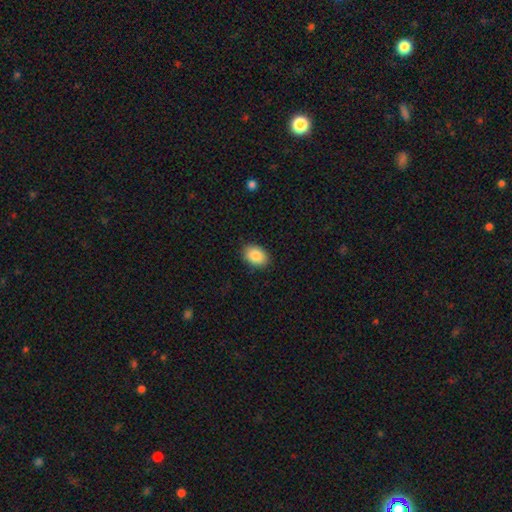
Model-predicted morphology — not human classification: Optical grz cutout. It shows a smooth galaxy with no disk features (86%) that is in between round and cigar-shaped (78%). Merging: none (88%).